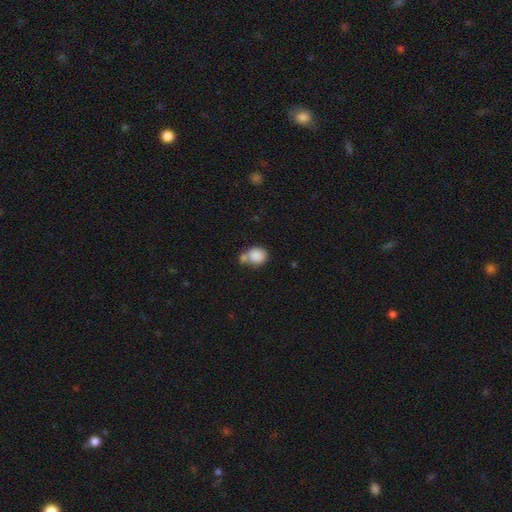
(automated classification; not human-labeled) smooth_or_featured: smooth (p=0.85) [alt: star or artifact p=0.09]
how_rounded: round (p=0.71) [alt: in between p=0.28]
merging: none (p=0.42) [alt: merger p=0.40]